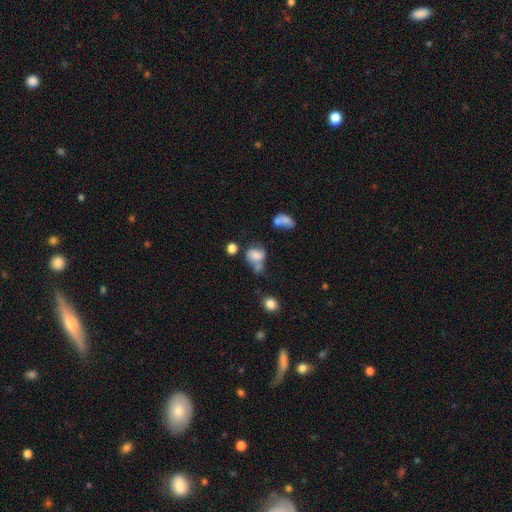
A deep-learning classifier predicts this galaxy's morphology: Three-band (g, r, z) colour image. It shows a smooth galaxy with no disk features (63%) that is in between round and cigar-shaped (57%). Merging: merger (32%).